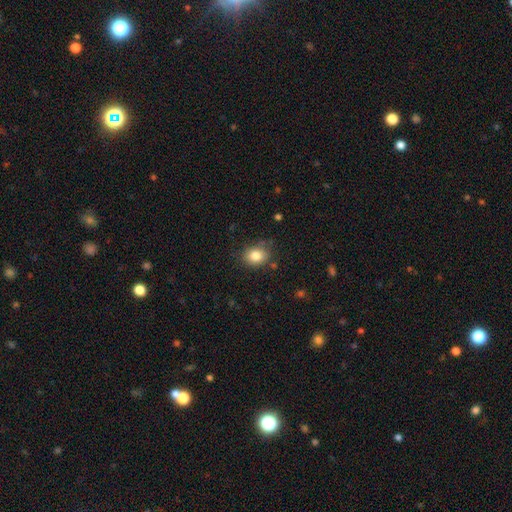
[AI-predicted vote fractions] Smooth or featured? smooth (83%)
How rounded? round (53%)
Merging? none (79%)